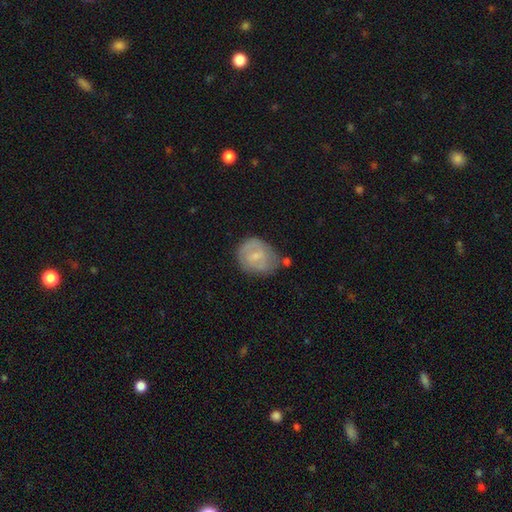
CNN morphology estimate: A smooth galaxy with no disk features (55%) that is round (61%).

Vote fractions:
- Smooth or featured? smooth: 55% / featured or disk: 38% / star or artifact: 7%
- How rounded? round: 61% / in between: 38% / cigar-shaped: 1%
- Merging? none: 50% / minor disturbance: 30% / major disturbance: 11% / merger: 8%